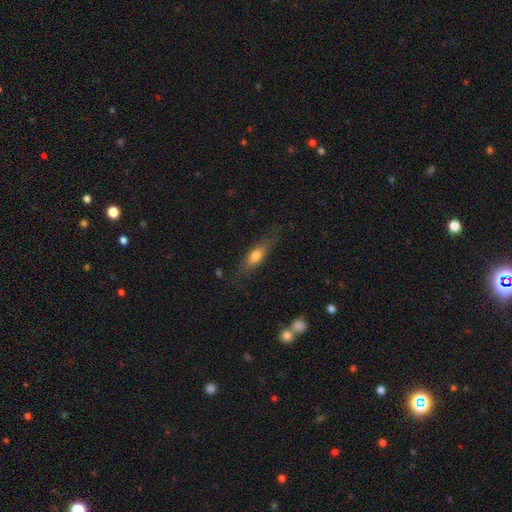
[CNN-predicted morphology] A smooth galaxy with no disk features (66%) that is in between round and cigar-shaped (51%).

Vote fractions:
- Smooth or featured? smooth: 66% / featured or disk: 27% / star or artifact: 7%
- How rounded? in between: 51% / cigar-shaped: 46% / round: 3%
- Merging? none: 72% / minor disturbance: 19% / major disturbance: 7% / merger: 2%